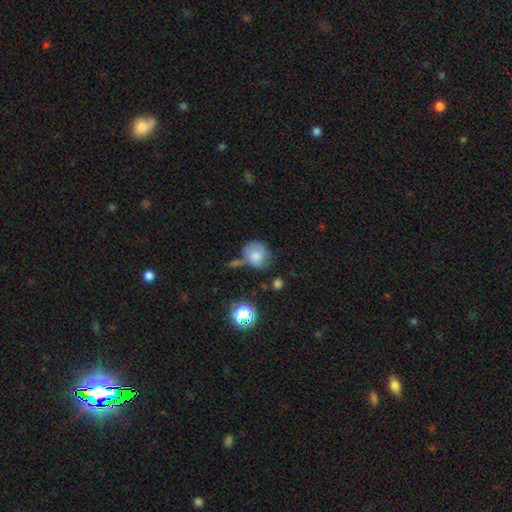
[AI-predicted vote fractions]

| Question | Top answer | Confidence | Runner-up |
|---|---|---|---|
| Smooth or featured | smooth | 77% | featured or disk (13%) |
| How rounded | round | 75% | in between (24%) |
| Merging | none | 47% | minor disturbance (25%) |